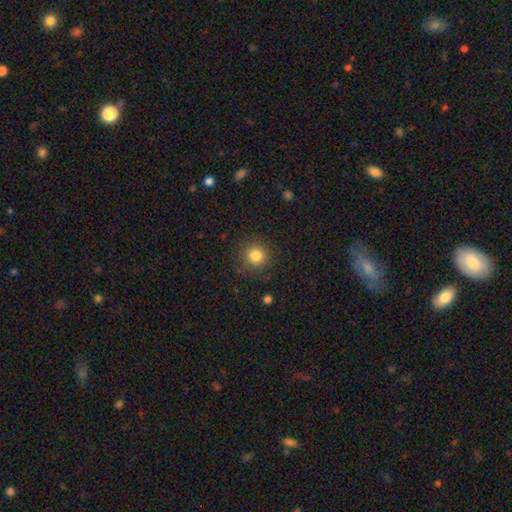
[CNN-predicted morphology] Q: Smooth or featured?
A: smooth (83%); runner-up: star or artifact (12%)
Q: How rounded?
A: round (94%); runner-up: in between (5%)
Q: Merging?
A: none (88%); runner-up: minor disturbance (7%)